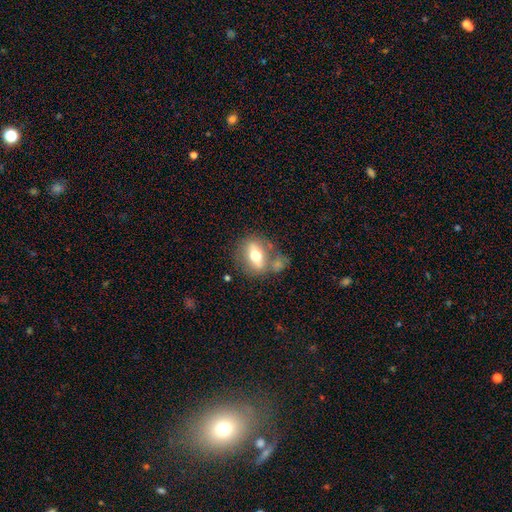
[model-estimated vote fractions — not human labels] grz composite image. It shows a smooth galaxy with no disk features (47%). Merging: none (58%).